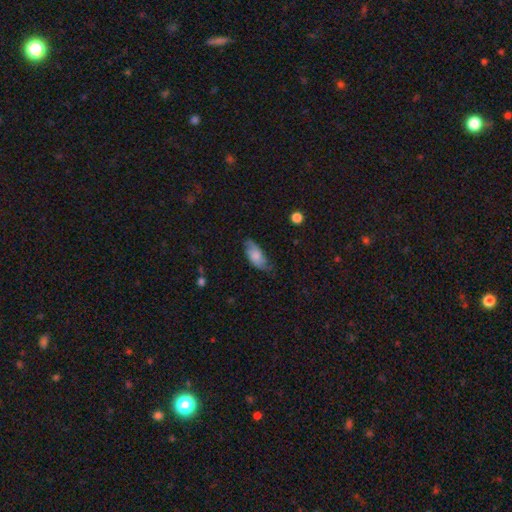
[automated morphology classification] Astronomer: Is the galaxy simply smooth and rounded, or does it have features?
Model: smooth — 64%.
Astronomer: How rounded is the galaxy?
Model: in between — 86%.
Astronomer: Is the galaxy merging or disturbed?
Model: none — 63%.